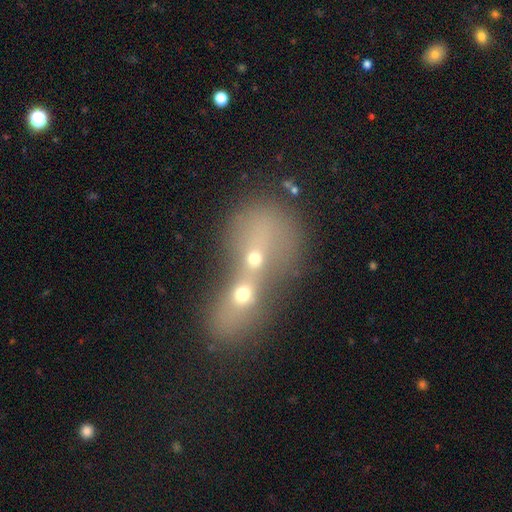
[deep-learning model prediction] smooth 46%, featured or disk 32%, star or artifact 22%. Down the decision tree: merging — merger (81%).